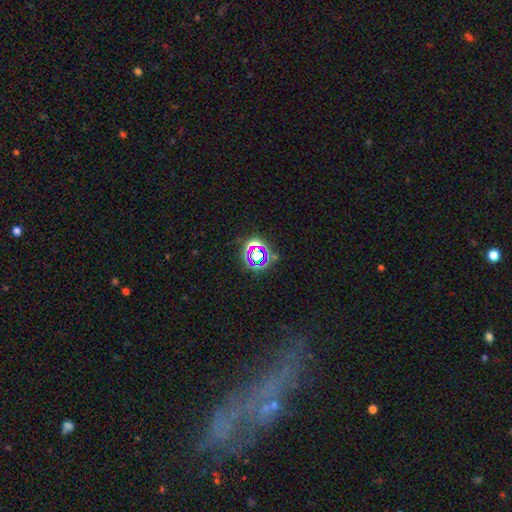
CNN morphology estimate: Smooth or featured: star or artifact — 63% (smooth — 23%)